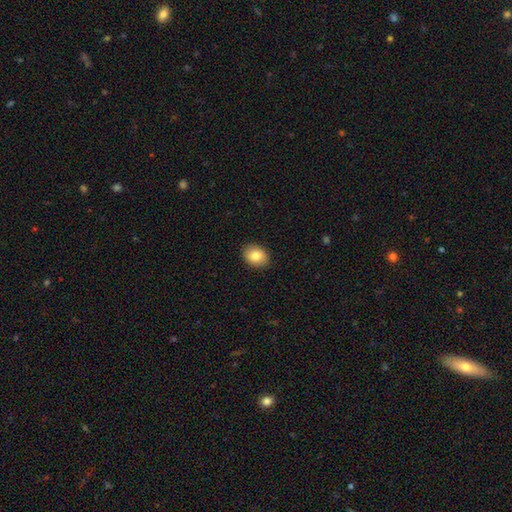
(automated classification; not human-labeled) Smooth or featured?
  - smooth: 83% *
  - featured or disk: 9%
  - star or artifact: 8%
How rounded?
  - in between: 63% *
  - round: 36%
  - cigar-shaped: 1%
Merging?
  - none: 90% *
  - minor disturbance: 7%
  - major disturbance: 2%
  - merger: 1%